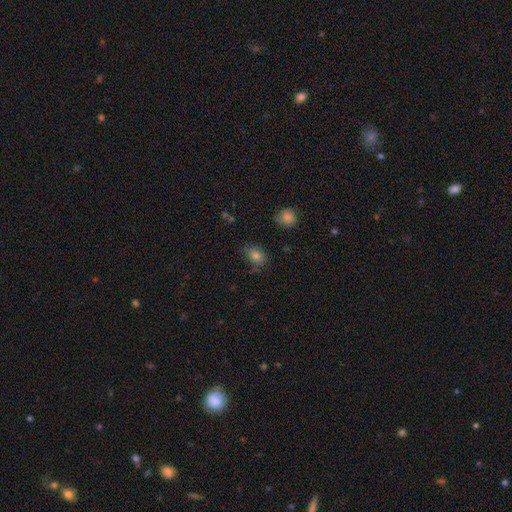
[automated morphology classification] smooth_or_featured: smooth (p=0.80) [alt: star or artifact p=0.12]
how_rounded: in between (p=0.67) [alt: round p=0.32]
merging: none (p=0.66) [alt: minor disturbance p=0.25]